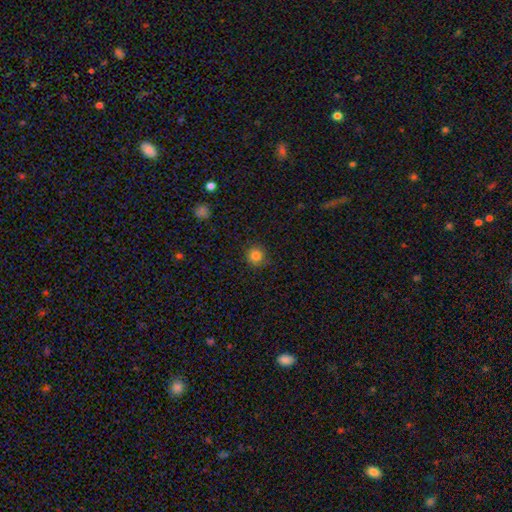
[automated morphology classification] This appears to be a smooth galaxy with no disk features (84%) that is round (93%). Merging: none (91%).